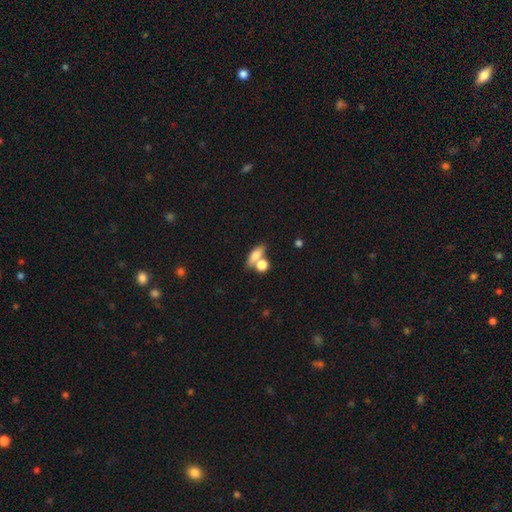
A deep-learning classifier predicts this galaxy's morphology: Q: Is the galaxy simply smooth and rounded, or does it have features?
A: smooth — 72%.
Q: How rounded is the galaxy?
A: in between — 56%.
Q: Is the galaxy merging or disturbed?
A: none — 46%.